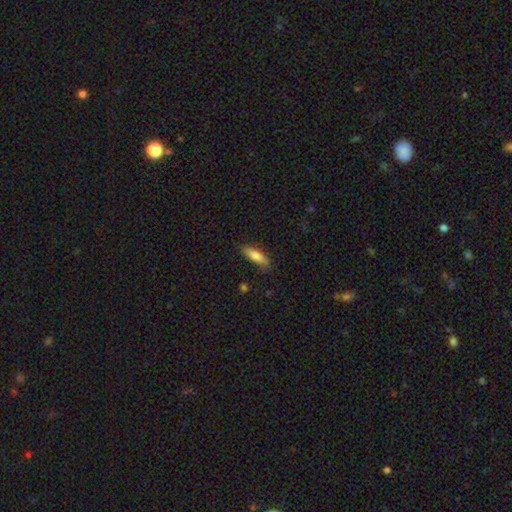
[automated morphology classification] Overall: smooth (80%). How rounded: cigar-shaped (57%; in between 42%). Merging: none (79%).